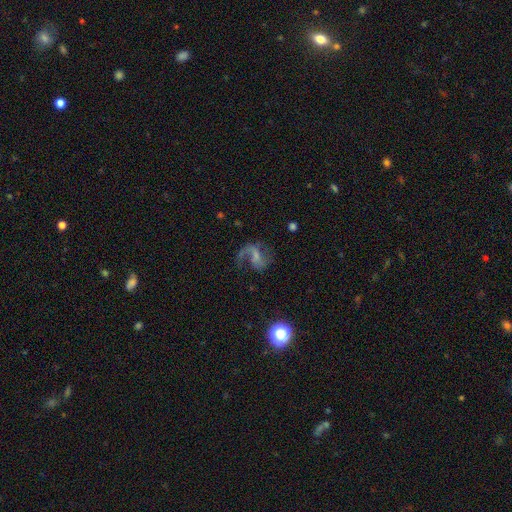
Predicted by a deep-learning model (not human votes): Smooth or featured?
  - featured or disk: 77% *
  - smooth: 14%
  - star or artifact: 10%
Edge-on disk?
  - no: 98% *
  - yes: 2%
Bar?
  - weak: 48% *
  - no: 31%
  - strong: 21%
Spiral arms?
  - yes: 92% *
  - no: 8%
Spiral winding?
  - loose: 59% *
  - medium: 34%
  - tight: 7%
Spiral arm count?
  - 2: 59% *
  - 1: 36%
  - can't tell: 3%
  - 3: 1%
  - 4: 1%
  - more than 4: 1%
Bulge size?
  - small: 41% *
  - none: 32%
  - moderate: 22%
  - large: 4%
  - dominant: 1%
Merging?
  - none: 50% *
  - major disturbance: 29%
  - minor disturbance: 17%
  - merger: 4%